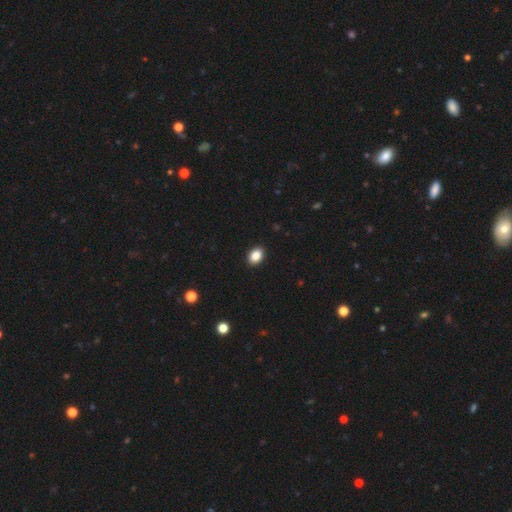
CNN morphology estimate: Smooth or featured: smooth — 87% (star or artifact — 9%)
How rounded: in between — 77% (round — 22%)
Merging: none — 91% (minor disturbance — 6%)